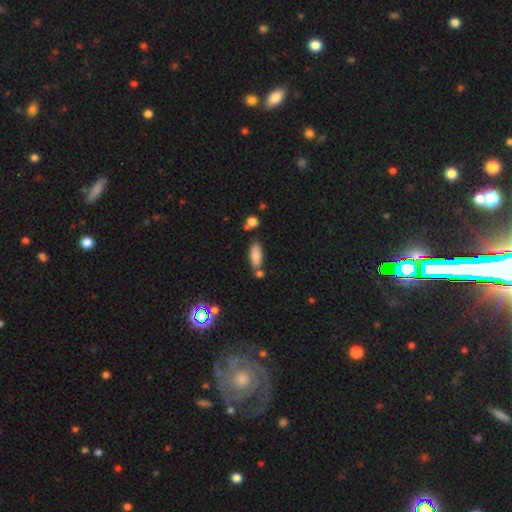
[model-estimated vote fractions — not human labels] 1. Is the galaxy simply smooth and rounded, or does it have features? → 81% smooth, 11% featured or disk, 8% star or artifact.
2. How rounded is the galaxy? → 72% in between, 25% cigar-shaped, 2% round.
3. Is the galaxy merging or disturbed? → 65% none, 16% merger, 15% minor disturbance, 4% major disturbance.